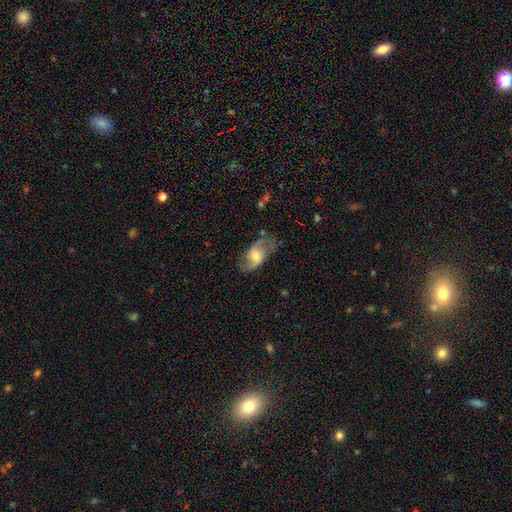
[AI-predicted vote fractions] Smooth or featured? featured or disk (72%)
Edge-on disk? no (95%)
Bar? no (52%)
Spiral arms? yes (90%)
Spiral winding? loose (59%)
Spiral arm count? 2 (89%)
Bulge size? moderate (56%)
Merging? none (70%)